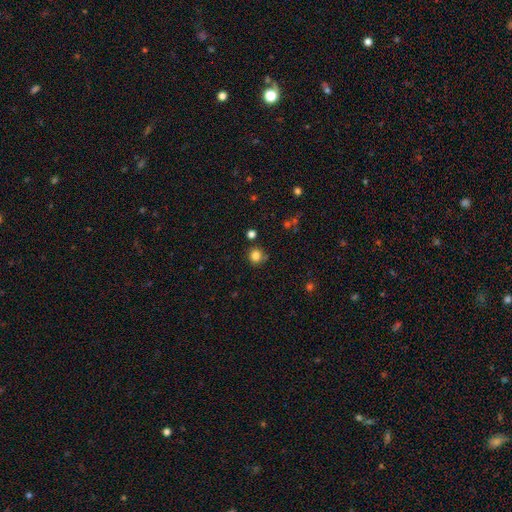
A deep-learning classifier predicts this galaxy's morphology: Overall: smooth (82%). How rounded: round (92%). Merging: none (80%).